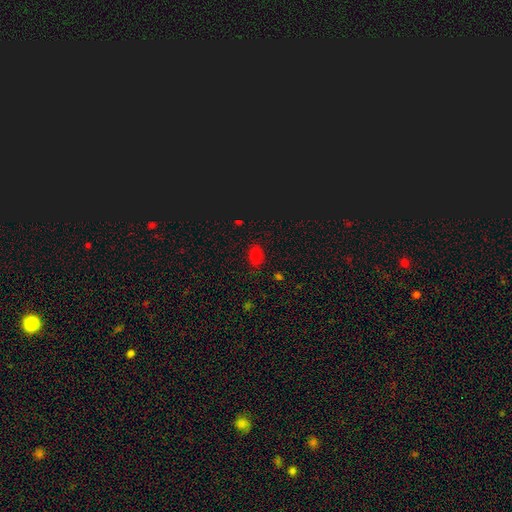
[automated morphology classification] smooth-or-featured: smooth: 73% | star or artifact: 21% | featured or disk: 6%
  how-rounded: in between: 80% | round: 19% | cigar-shaped: 2%
  merging: none: 80% | minor disturbance: 15% | major disturbance: 3% | merger: 2%